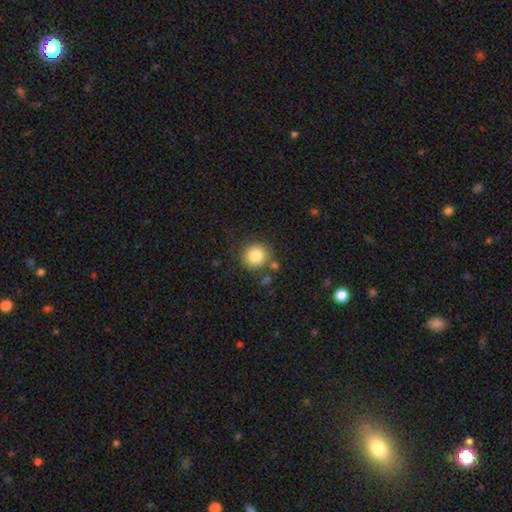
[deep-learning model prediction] Smooth or featured? Predicted: smooth (p=0.82). How rounded? Predicted: round (p=0.91). Merging? Predicted: none (p=0.78).